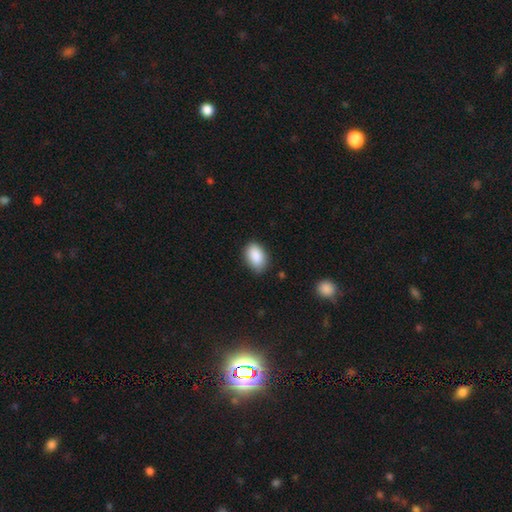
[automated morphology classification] The model was most divided on "merging": none: 80%, minor disturbance: 16%, major disturbance: 3%, merger: 1%. More confident: smooth or featured — smooth (89%); how rounded — in between (89%).